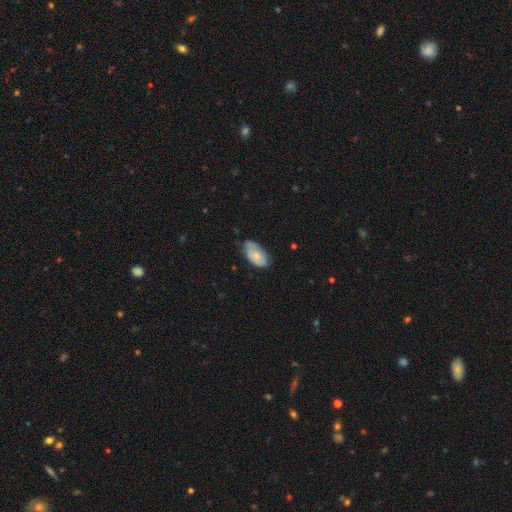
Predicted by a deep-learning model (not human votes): Smooth or featured? Predicted: smooth (p=0.65). How rounded? Predicted: in between (p=0.94). Merging? Predicted: none (p=0.57).